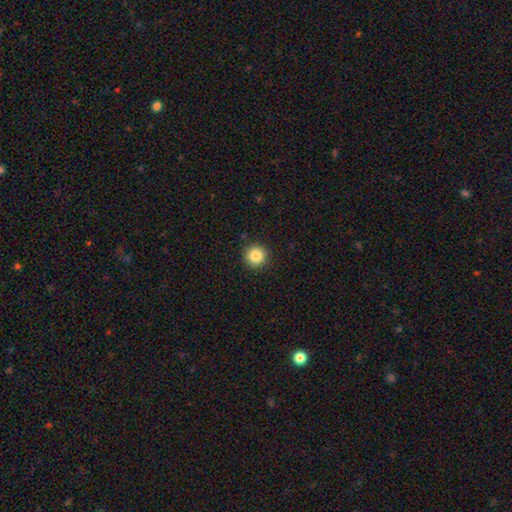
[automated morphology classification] type=smooth (85%); roundness=round (95%); merging=none (92%).